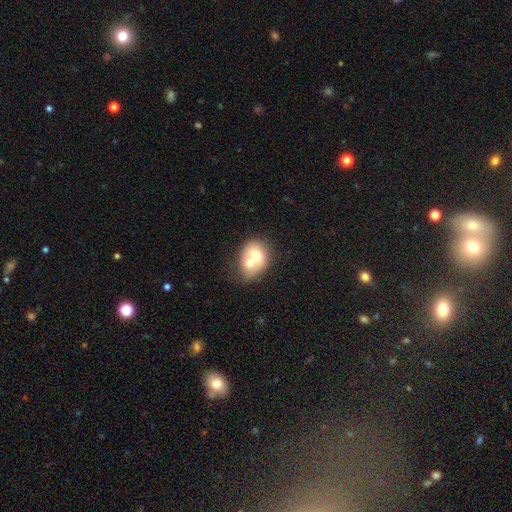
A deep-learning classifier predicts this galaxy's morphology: This appears to be a smooth galaxy with no disk features (62%) that is round (50%). Merging: merger (67%).